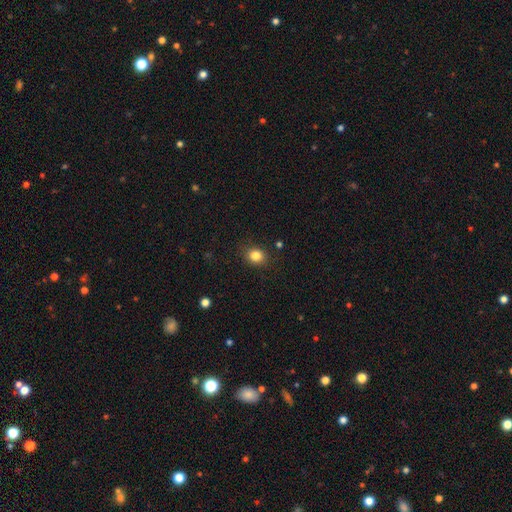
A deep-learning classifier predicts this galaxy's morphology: A smooth galaxy with no disk features (83%) that is round (68%).

Vote fractions:
- Smooth or featured? smooth: 83% / star or artifact: 11% / featured or disk: 5%
- How rounded? round: 68% / in between: 31% / cigar-shaped: 1%
- Merging? none: 86% / minor disturbance: 9% / major disturbance: 3% / merger: 1%